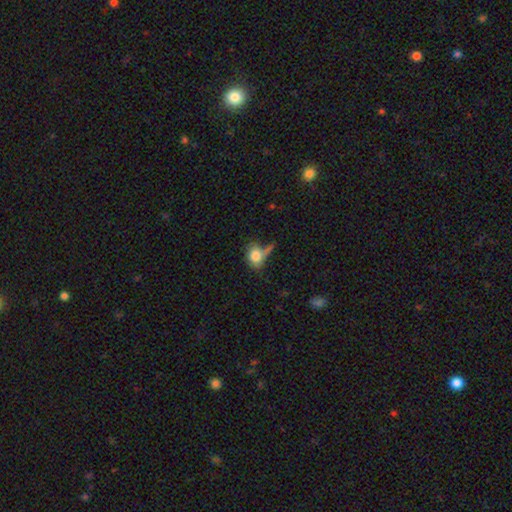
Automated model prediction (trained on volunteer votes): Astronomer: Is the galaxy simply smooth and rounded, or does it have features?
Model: smooth — 78%.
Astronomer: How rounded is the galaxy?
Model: in between — 53% (runner-up: round, 45%).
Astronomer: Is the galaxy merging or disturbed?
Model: none — 42% (runner-up: minor disturbance, 22%).